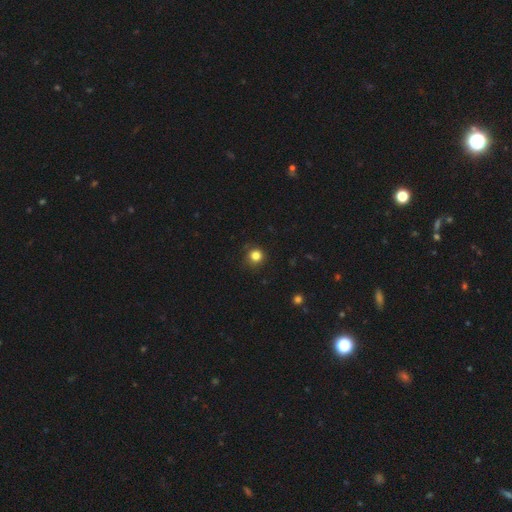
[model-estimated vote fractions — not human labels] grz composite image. It shows a smooth galaxy with no disk features (82%) that is round (93%). Merging: none (84%).